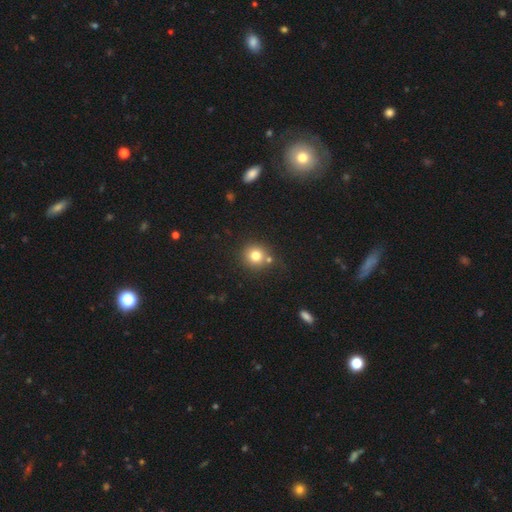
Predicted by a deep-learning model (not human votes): Q: Smooth or featured?
A: smooth (78%); runner-up: star or artifact (13%)
Q: How rounded?
A: round (92%); runner-up: in between (7%)
Q: Merging?
A: none (74%); runner-up: merger (14%)